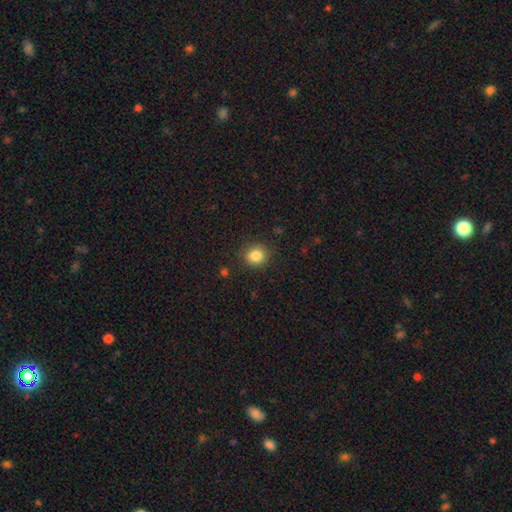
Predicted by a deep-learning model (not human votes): A smooth galaxy with no disk features (85%) that is round (87%).

Vote fractions:
- Smooth or featured? smooth: 85% / star or artifact: 10% / featured or disk: 5%
- How rounded? round: 87% / in between: 12% / cigar-shaped: 1%
- Merging? none: 89% / minor disturbance: 8% / major disturbance: 3% / merger: 1%